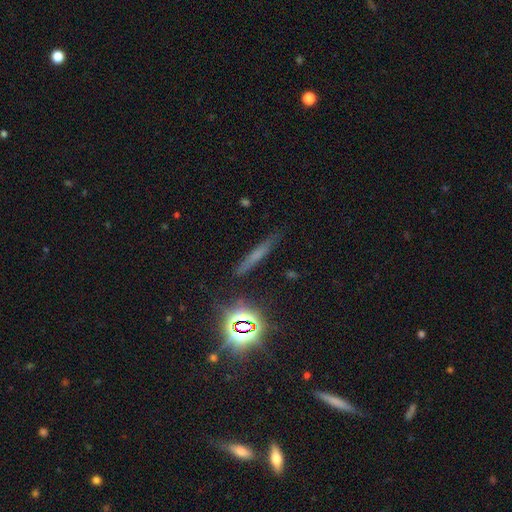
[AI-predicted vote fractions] The model was most divided on "smooth or featured": smooth: 46%, featured or disk: 28%, star or artifact: 26%. More confident: merging — none (84%).